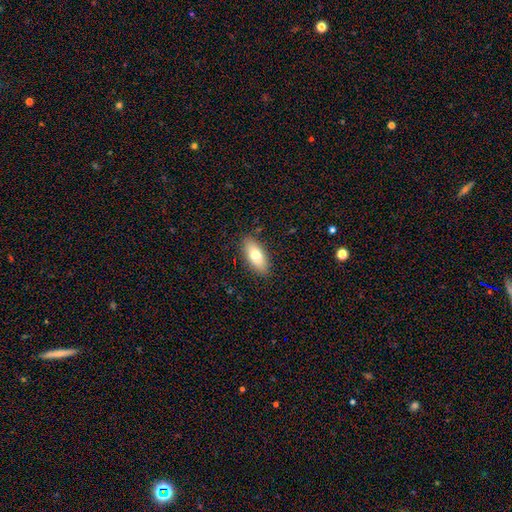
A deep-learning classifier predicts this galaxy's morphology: A smooth galaxy with no disk features (72%) that is in between round and cigar-shaped (81%).

Vote fractions:
- Smooth or featured? smooth: 72% / featured or disk: 21% / star or artifact: 7%
- How rounded? in between: 81% / cigar-shaped: 15% / round: 3%
- Merging? none: 87% / minor disturbance: 9% / major disturbance: 2% / merger: 1%